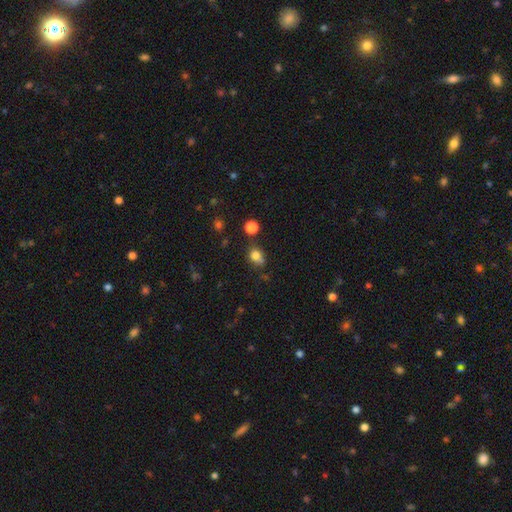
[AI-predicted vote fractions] Smooth or featured? Predicted: smooth (p=0.80). How rounded? Predicted: in between (p=0.50). Merging? Predicted: none (p=0.59).